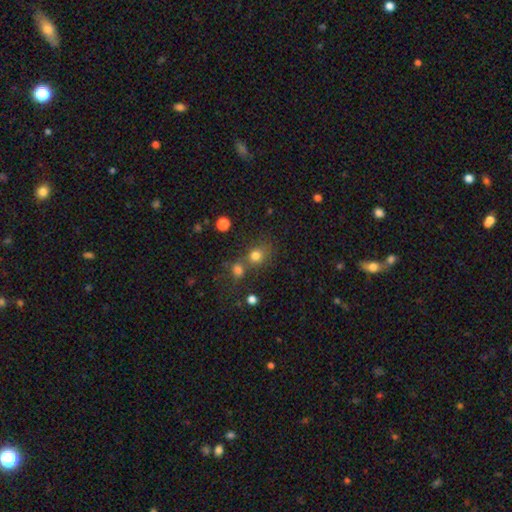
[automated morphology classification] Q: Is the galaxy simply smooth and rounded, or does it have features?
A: smooth — 77%.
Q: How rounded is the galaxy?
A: round — 79%.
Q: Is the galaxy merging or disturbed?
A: none — 54%.